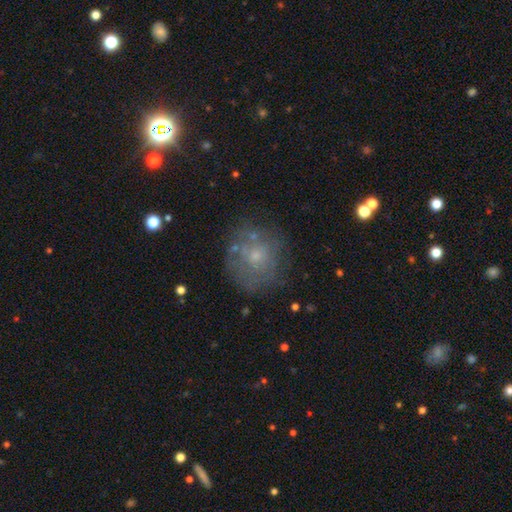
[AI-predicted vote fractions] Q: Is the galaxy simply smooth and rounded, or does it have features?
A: smooth — 45%.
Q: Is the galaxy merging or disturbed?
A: none — 69%.